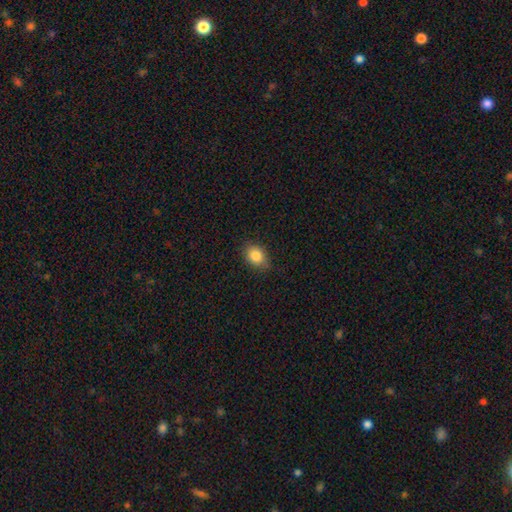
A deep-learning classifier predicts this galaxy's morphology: smooth-or-featured: smooth: 85% | star or artifact: 9% | featured or disk: 6%
  how-rounded: in between: 67% | round: 31% | cigar-shaped: 1%
  merging: none: 81% | minor disturbance: 15% | major disturbance: 3% | merger: 1%